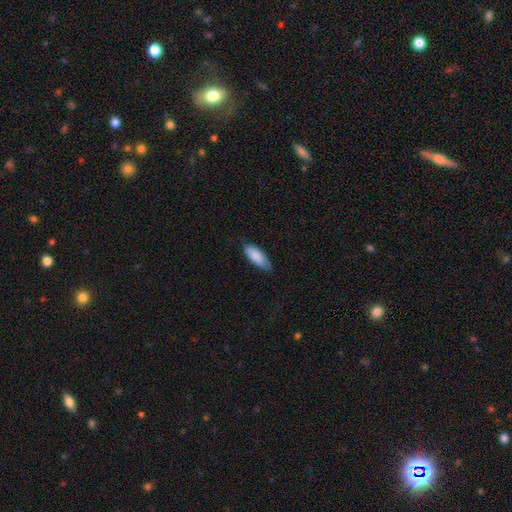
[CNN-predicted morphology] Smooth or featured: smooth — 87% (featured or disk — 8%)
How rounded: in between — 79% (cigar-shaped — 19%)
Merging: none — 70% (minor disturbance — 25%)